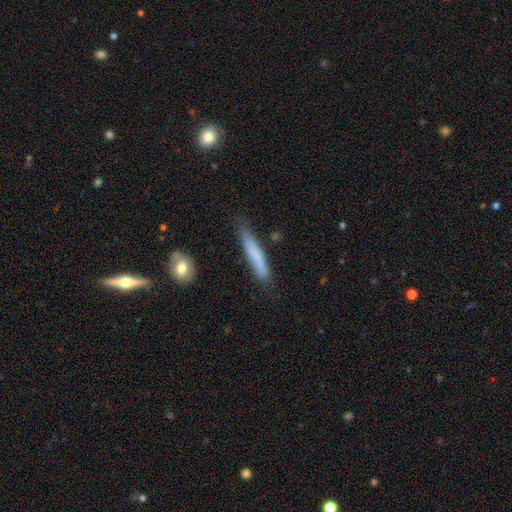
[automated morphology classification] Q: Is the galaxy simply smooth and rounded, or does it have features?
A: smooth — 73%.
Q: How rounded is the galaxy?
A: cigar-shaped — 94%.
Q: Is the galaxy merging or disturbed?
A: none — 77%.